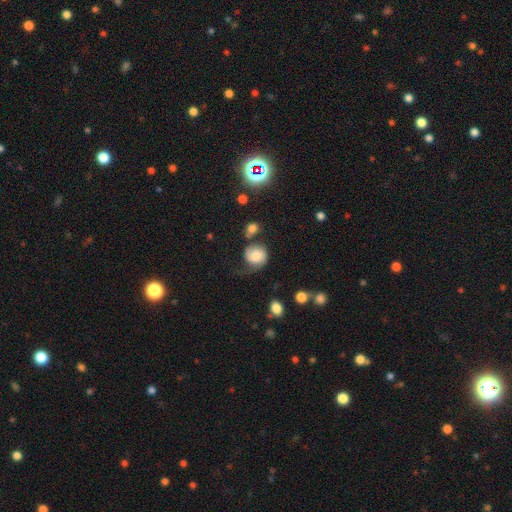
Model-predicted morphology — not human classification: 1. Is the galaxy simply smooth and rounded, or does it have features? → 54% smooth, 36% featured or disk, 9% star or artifact.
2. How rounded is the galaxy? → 77% round, 22% in between, 1% cigar-shaped.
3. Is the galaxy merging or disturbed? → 41% none, 26% minor disturbance, 24% major disturbance, 9% merger.